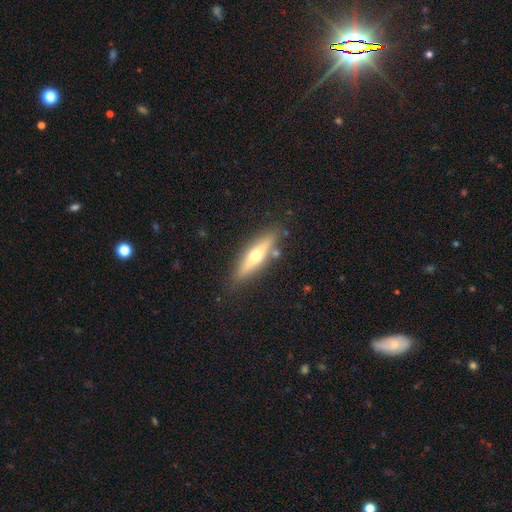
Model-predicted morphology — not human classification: smooth-or-featured: featured or disk: 54% | smooth: 40% | star or artifact: 6%
  disk-edge-on: yes: 90% | no: 10%
  merging: none: 84% | minor disturbance: 10% | merger: 4% | major disturbance: 2%